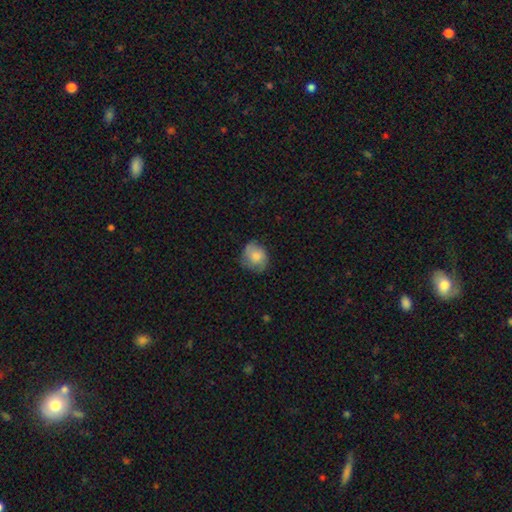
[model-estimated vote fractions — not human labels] smooth-or-featured: smooth: 68% | featured or disk: 25% | star or artifact: 8%
  how-rounded: round: 68% | in between: 31% | cigar-shaped: 1%
  merging: none: 63% | minor disturbance: 27% | major disturbance: 9% | merger: 1%